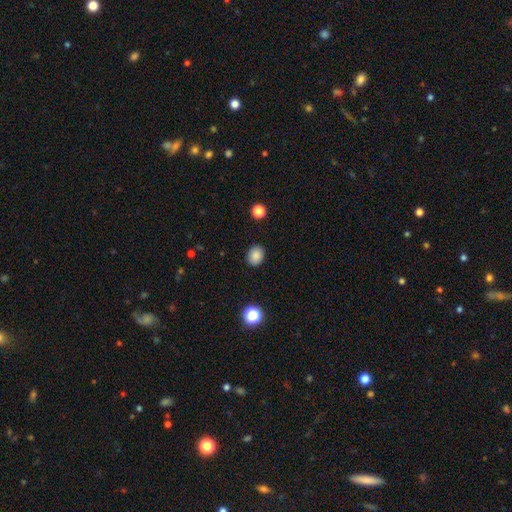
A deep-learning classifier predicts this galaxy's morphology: A smooth galaxy with no disk features (86%) that is in between round and cigar-shaped (51%).

Vote fractions:
- Smooth or featured? smooth: 86% / star or artifact: 10% / featured or disk: 4%
- How rounded? in between: 51% / round: 48% / cigar-shaped: 1%
- Merging? none: 89% / minor disturbance: 8% / major disturbance: 2% / merger: 1%